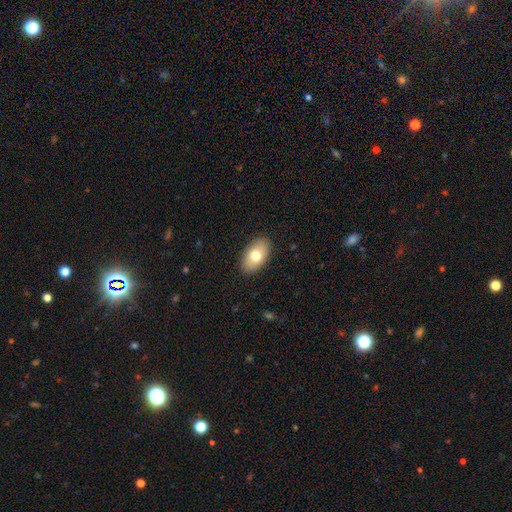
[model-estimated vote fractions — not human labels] Smooth or featured? smooth (74%)
How rounded? in between (93%)
Merging? none (88%)